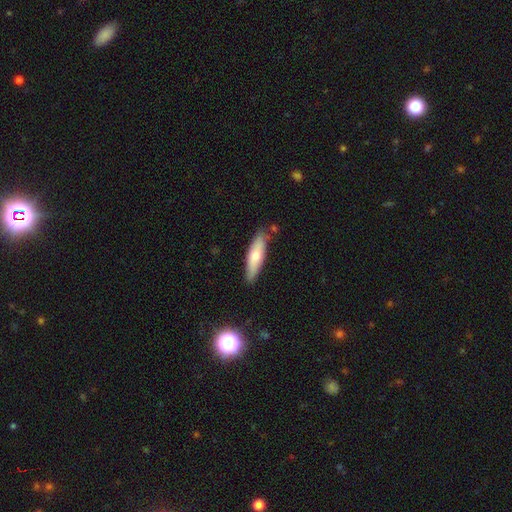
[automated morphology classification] The model was most divided on "how rounded": cigar-shaped: 61%, in between: 37%, round: 2%. More confident: merging — none (82%); smooth or featured — smooth (60%).